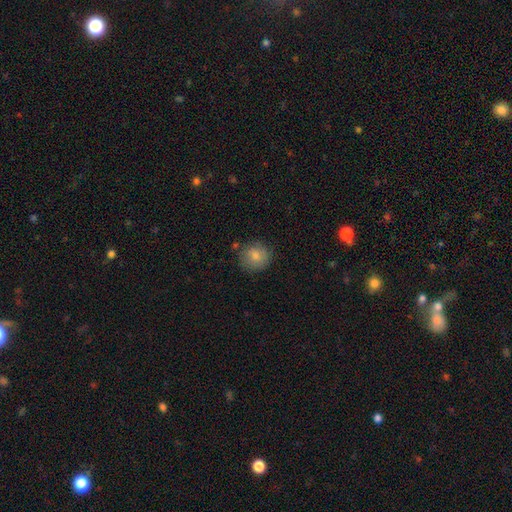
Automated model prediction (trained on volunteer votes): A smooth galaxy with no disk features (82%) that is round (87%). Merging: none (79%).